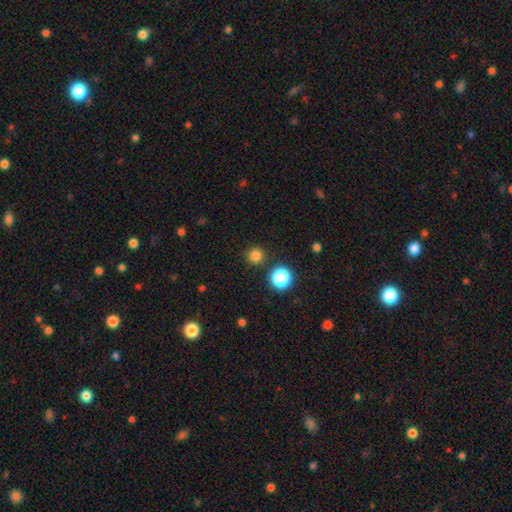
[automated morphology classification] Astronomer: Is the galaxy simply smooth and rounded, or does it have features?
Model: smooth — 80%.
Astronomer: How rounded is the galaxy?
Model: round — 95%.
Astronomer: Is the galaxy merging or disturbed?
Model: none — 89%.